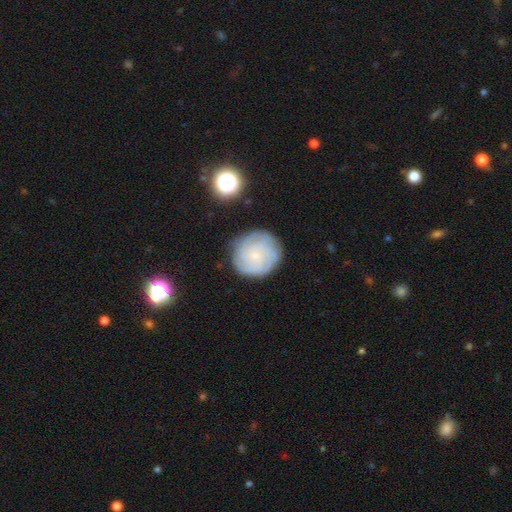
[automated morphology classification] smooth_or_featured: featured or disk (p=0.61) [alt: smooth p=0.31]
disk_edge_on: no (p=0.98) [alt: yes p=0.02]
bar: no (p=0.80) [alt: weak p=0.18]
has_spiral_arms: yes (p=0.89) [alt: no p=0.11]
spiral_winding: tight (p=0.70) [alt: medium p=0.23]
spiral_arm_count: can't tell (p=0.42) [alt: 3 p=0.19]
bulge_size: small (p=0.82) [alt: moderate p=0.11]
merging: none (p=0.79) [alt: minor disturbance p=0.15]